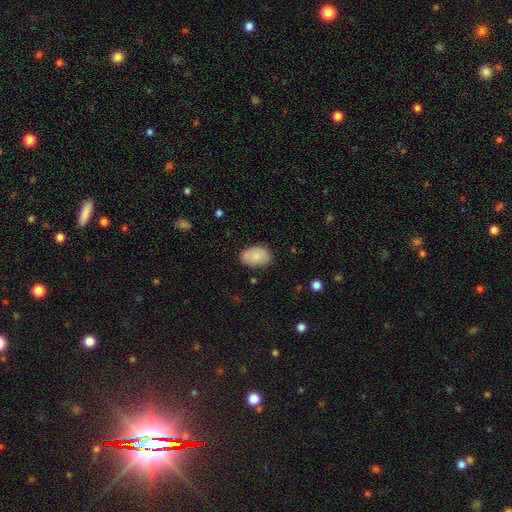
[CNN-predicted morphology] This is clearly a smooth galaxy (81%). How rounded: clearly in between (88%). Merging: likely none (75%).